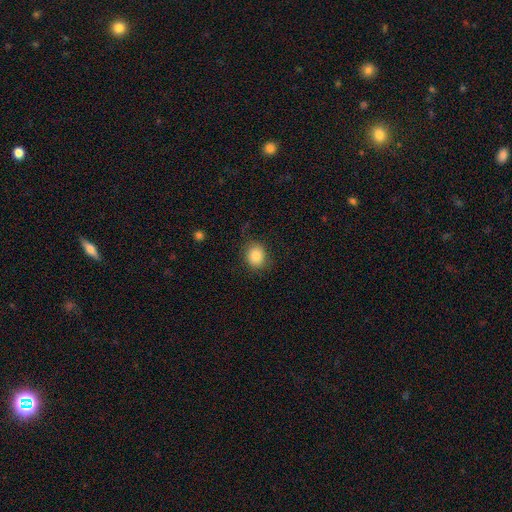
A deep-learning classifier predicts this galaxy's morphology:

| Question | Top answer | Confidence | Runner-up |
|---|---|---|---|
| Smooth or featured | smooth | 85% | star or artifact (9%) |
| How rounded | round | 64% | in between (35%) |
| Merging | none | 81% | minor disturbance (14%) |